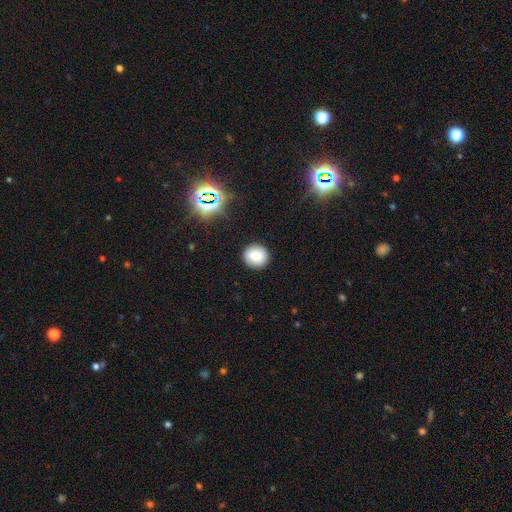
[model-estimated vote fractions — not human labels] Q: Smooth or featured?
A: smooth (80%); runner-up: star or artifact (11%)
Q: How rounded?
A: round (89%); runner-up: in between (10%)
Q: Merging?
A: none (90%); runner-up: minor disturbance (7%)